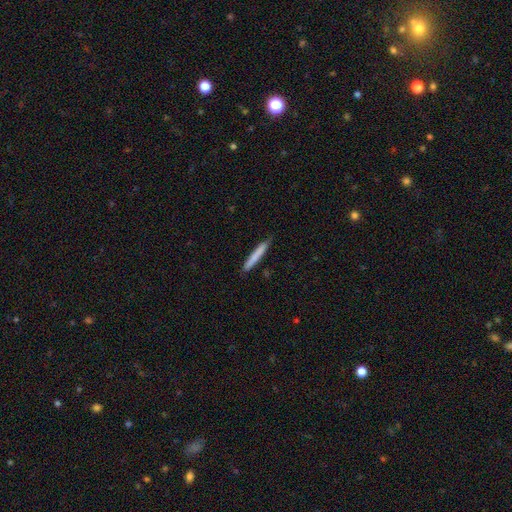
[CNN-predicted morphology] Smooth or featured? Predicted: smooth (p=0.76). How rounded? Predicted: cigar-shaped (p=0.96). Merging? Predicted: none (p=0.87).